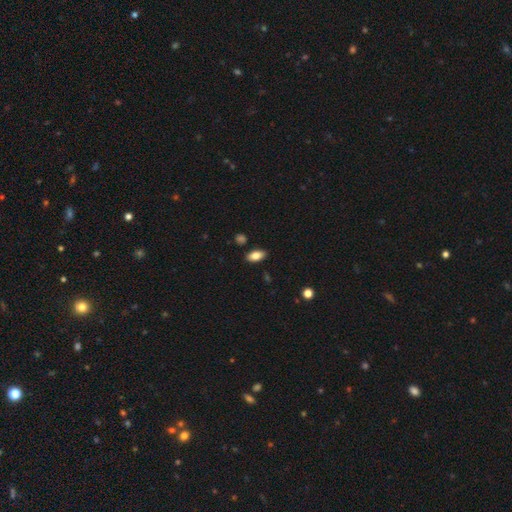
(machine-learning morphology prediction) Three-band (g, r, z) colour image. It shows a smooth galaxy with no disk features (82%) that is in between round and cigar-shaped (91%). Merging: none (87%).